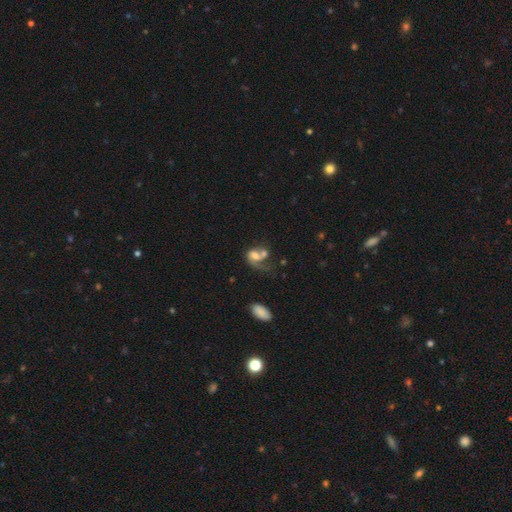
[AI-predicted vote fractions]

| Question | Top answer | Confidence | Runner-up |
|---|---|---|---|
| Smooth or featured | smooth | 46% | featured or disk (44%) |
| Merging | merger | 48% | major disturbance (26%) |